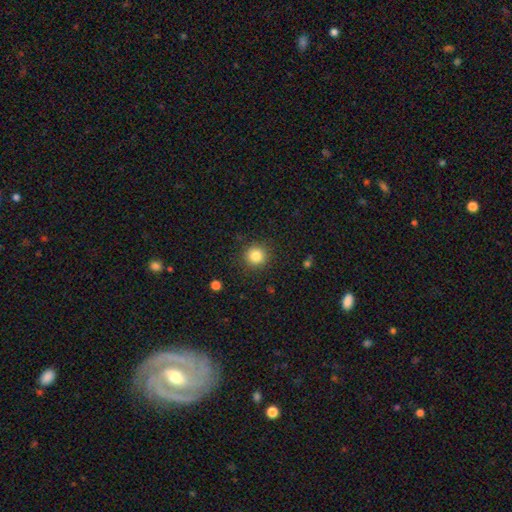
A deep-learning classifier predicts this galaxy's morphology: Smooth or featured? Predicted: smooth (p=0.83). How rounded? Predicted: round (p=0.93). Merging? Predicted: none (p=0.90).